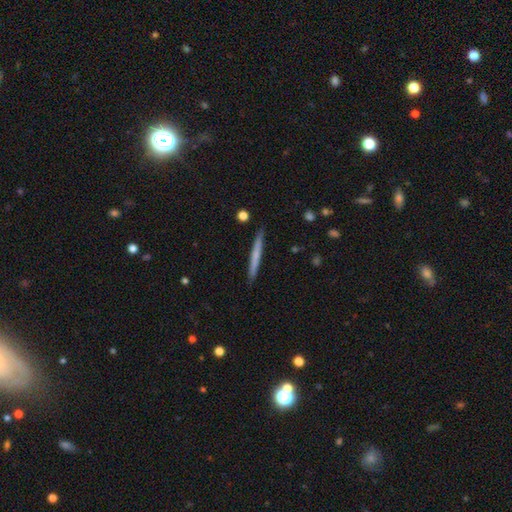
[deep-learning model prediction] smooth_or_featured: smooth (p=0.56) [alt: featured or disk p=0.38]
how_rounded: cigar-shaped (p=0.97) [alt: in between p=0.02]
merging: none (p=0.91) [alt: minor disturbance p=0.06]